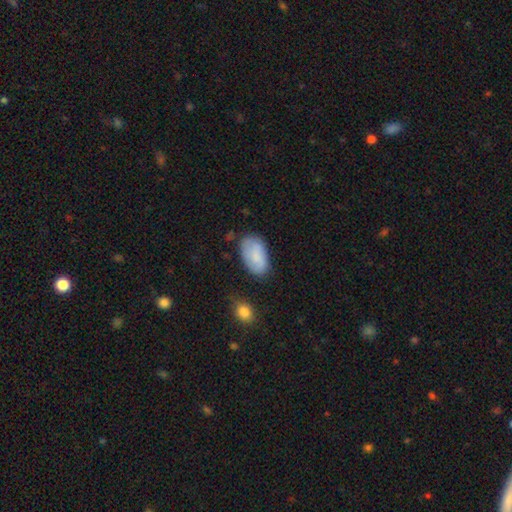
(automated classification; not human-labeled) Q: Smooth or featured?
A: smooth (75%); runner-up: featured or disk (19%)
Q: How rounded?
A: in between (94%); runner-up: round (4%)
Q: Merging?
A: none (67%); runner-up: minor disturbance (24%)